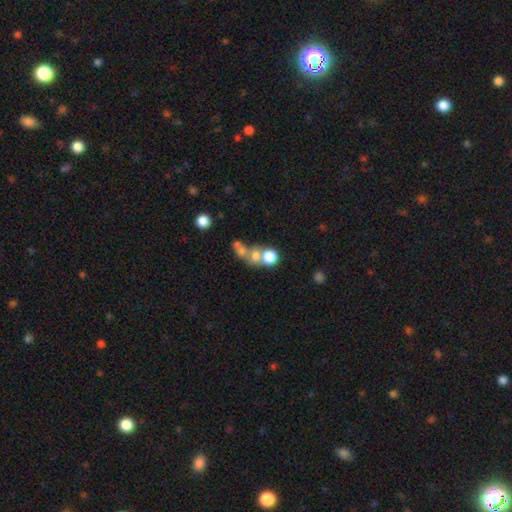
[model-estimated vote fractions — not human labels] The model was most divided on "merging": merger: 56%, none: 30%, minor disturbance: 7%, major disturbance: 7%. More confident: how rounded — round (73%); smooth or featured — smooth (62%).